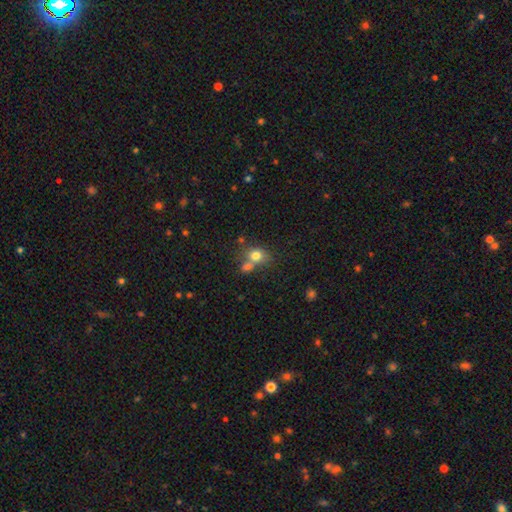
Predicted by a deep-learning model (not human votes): Morphology: type=smooth (76%); roundness=round (67%); merging=none (45%).